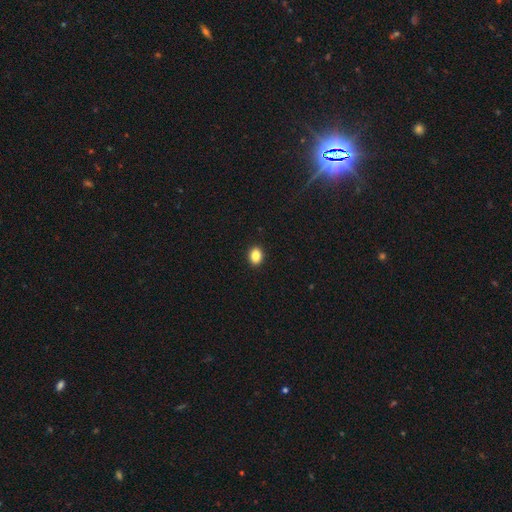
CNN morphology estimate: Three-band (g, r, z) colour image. It shows a smooth galaxy with no disk features (87%) that is in between round and cigar-shaped (61%). Merging: none (92%).